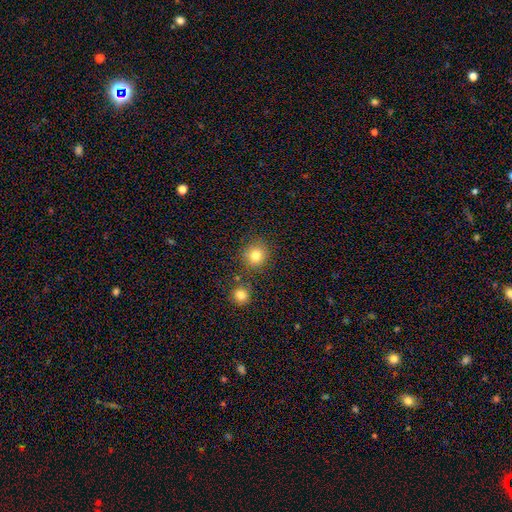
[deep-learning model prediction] A smooth galaxy with no disk features (82%) that is round (91%).

Vote fractions:
- Smooth or featured? smooth: 82% / star or artifact: 12% / featured or disk: 6%
- How rounded? round: 91% / in between: 8% / cigar-shaped: 1%
- Merging? none: 82% / minor disturbance: 8% / merger: 7% / major disturbance: 3%